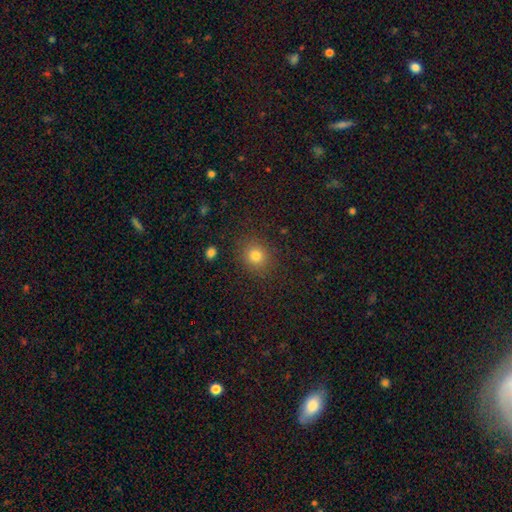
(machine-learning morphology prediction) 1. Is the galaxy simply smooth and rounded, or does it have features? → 80% smooth, 13% star or artifact, 7% featured or disk.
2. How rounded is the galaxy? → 80% round, 19% in between, 1% cigar-shaped.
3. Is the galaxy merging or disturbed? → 87% none, 9% minor disturbance, 3% major disturbance, 1% merger.